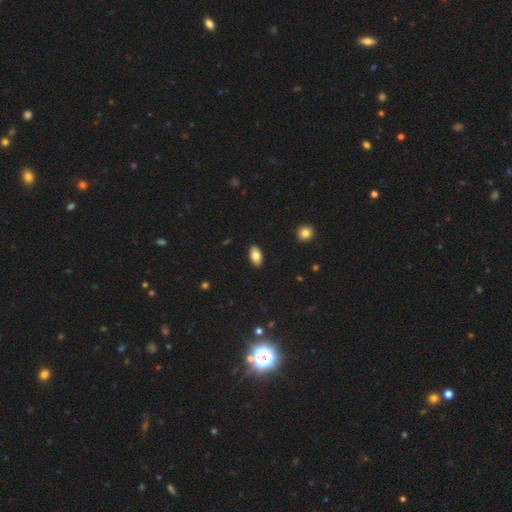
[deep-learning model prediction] The model was most divided on "smooth or featured": smooth: 81%, featured or disk: 12%, star or artifact: 7%. More confident: how rounded — in between (94%); merging — none (90%).